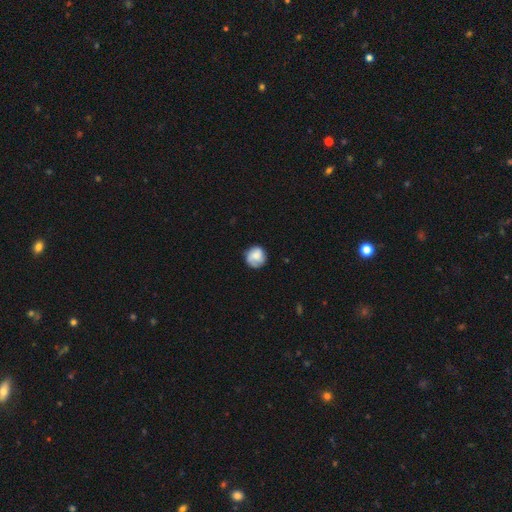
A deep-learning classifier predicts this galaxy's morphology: Overall: smooth (68%). How rounded: round (88%). Merging: none (73%).